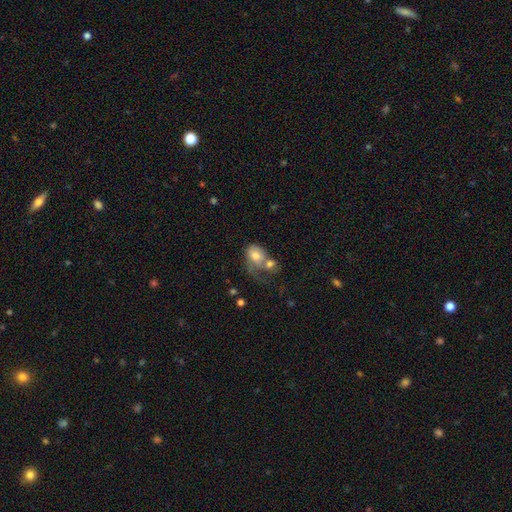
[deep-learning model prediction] A smooth galaxy with no disk features (63%) that is in between round and cigar-shaped (65%).

Vote fractions:
- Smooth or featured? smooth: 63% / featured or disk: 29% / star or artifact: 8%
- How rounded? in between: 65% / round: 34% / cigar-shaped: 1%
- Merging? merger: 53% / major disturbance: 22% / none: 15% / minor disturbance: 10%